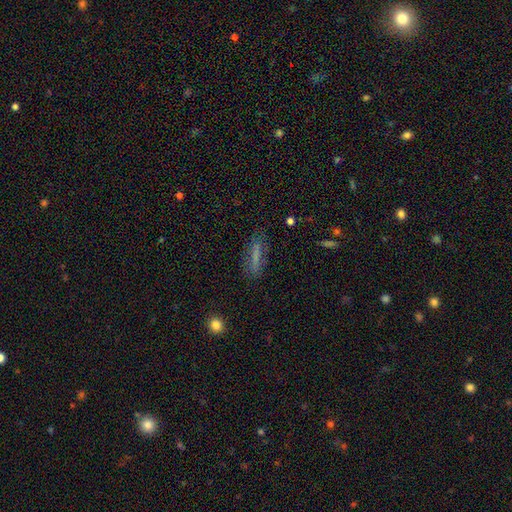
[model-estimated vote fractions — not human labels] Smooth or featured?
  - smooth: 62% *
  - featured or disk: 24%
  - star or artifact: 13%
How rounded?
  - cigar-shaped: 75% *
  - in between: 22%
  - round: 3%
Merging?
  - none: 78% *
  - minor disturbance: 14%
  - major disturbance: 6%
  - merger: 2%